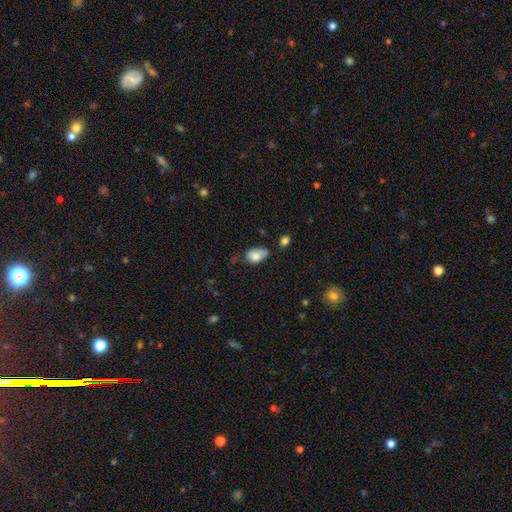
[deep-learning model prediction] smooth-or-featured: smooth: 77% | featured or disk: 15% | star or artifact: 8%
  how-rounded: in between: 87% | round: 11% | cigar-shaped: 2%
  merging: minor disturbance: 40% | none: 37% | major disturbance: 13% | merger: 9%